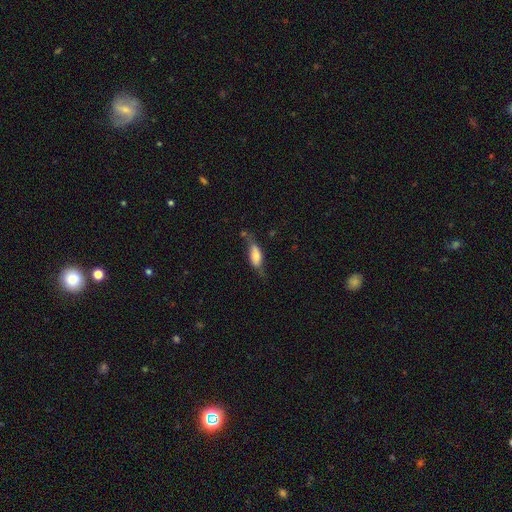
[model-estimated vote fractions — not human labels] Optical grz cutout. It shows a smooth galaxy with no disk features (61%) that is in between round and cigar-shaped (69%). Merging: none (48%).